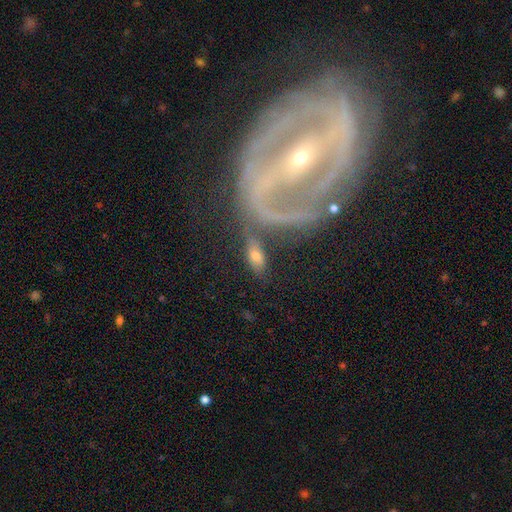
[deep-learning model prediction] smooth 58%, featured or disk 30%, star or artifact 12%. Down the decision tree: how rounded — in between (79%); merging — none (56%).